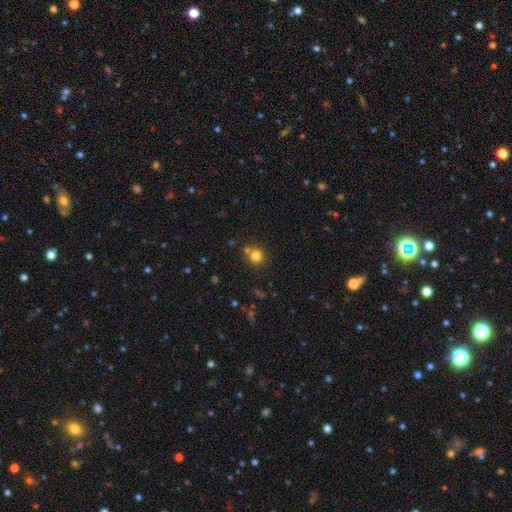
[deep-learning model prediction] Smooth or featured: smooth — 79% (star or artifact — 14%)
How rounded: round — 91% (in between — 8%)
Merging: none — 72% (merger — 16%)